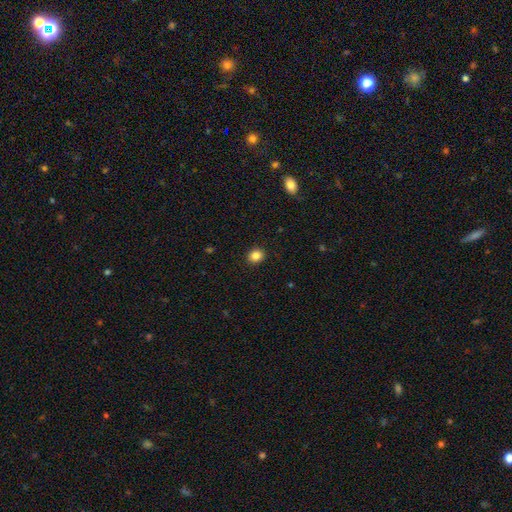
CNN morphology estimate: This is clearly a smooth galaxy (84%). How rounded: likely round (76%). Merging: clearly none (91%).